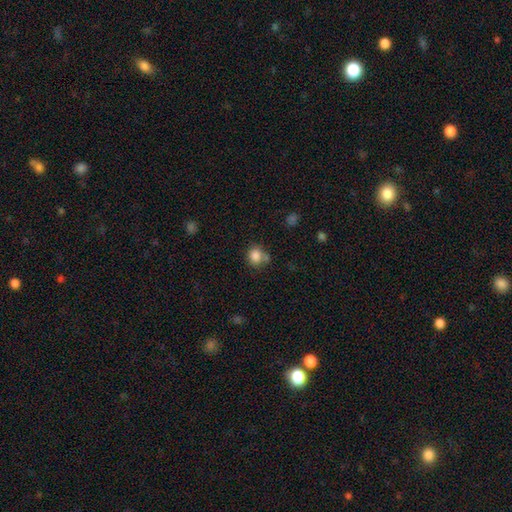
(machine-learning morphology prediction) Overall: smooth (84%). How rounded: round (79%). Merging: none (61%).